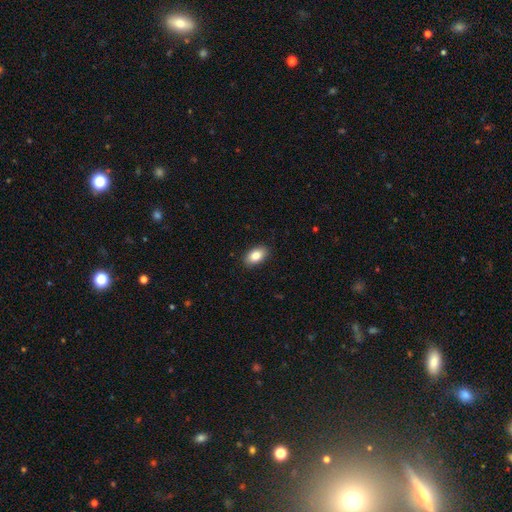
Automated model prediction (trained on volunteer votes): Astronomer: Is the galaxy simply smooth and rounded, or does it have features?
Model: smooth — 85%.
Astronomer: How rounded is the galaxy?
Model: in between — 91%.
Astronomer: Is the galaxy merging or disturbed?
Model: none — 89%.